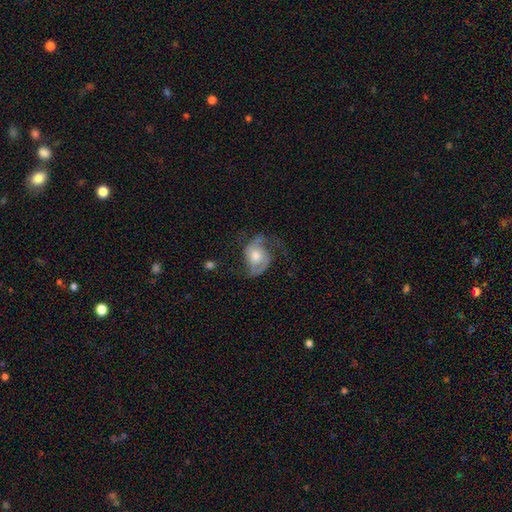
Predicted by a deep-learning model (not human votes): A featured or disk galaxy (73%) with no bar (71%), 2 (75%) medium (44%) spiral arms (89%) and a moderate central bulge (61%).

Vote fractions:
- Smooth or featured? featured or disk: 73% / smooth: 20% / star or artifact: 7%
- Edge-on disk? no: 97% / yes: 3%
- Bar? no: 71% / weak: 24% / strong: 5%
- Spiral arms? yes: 89% / no: 11%
- Spiral winding? medium: 44% / loose: 34% / tight: 21%
- Spiral arm count? 2: 75% / 1: 11% / can't tell: 8% / 3: 3% / 4: 1% / more than 4: 1%
- Bulge size? moderate: 61% / large: 19% / small: 15% / none: 3% / dominant: 2%
- Merging? none: 48% / major disturbance: 27% / minor disturbance: 23% / merger: 2%